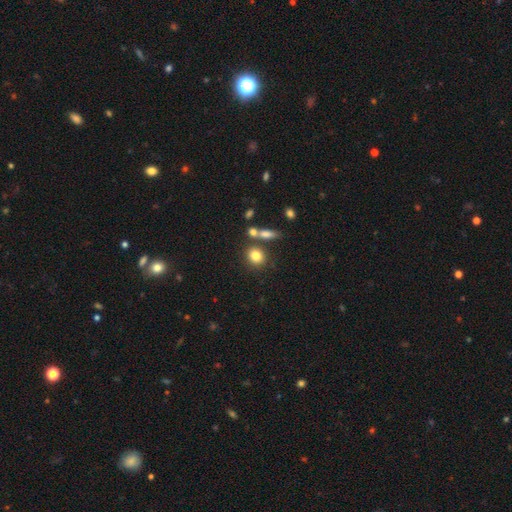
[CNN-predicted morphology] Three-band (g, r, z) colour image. It shows a smooth galaxy with no disk features (81%) that is round (70%). Merging: none (68%).